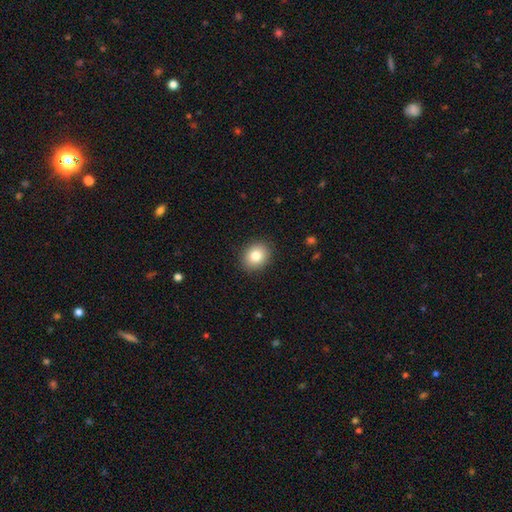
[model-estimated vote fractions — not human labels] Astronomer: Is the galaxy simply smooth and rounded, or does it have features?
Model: smooth — 82%.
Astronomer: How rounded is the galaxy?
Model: round — 62% (runner-up: in between, 37%).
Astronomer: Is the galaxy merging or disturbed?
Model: none — 90%.